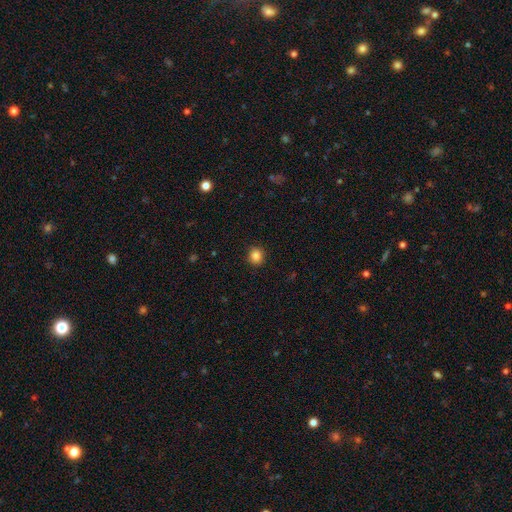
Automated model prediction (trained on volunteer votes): Smooth or featured? Predicted: smooth (p=0.86). How rounded? Predicted: round (p=0.86). Merging? Predicted: none (p=0.91).